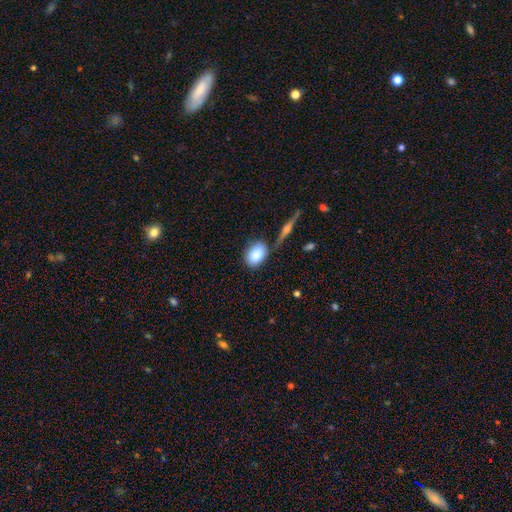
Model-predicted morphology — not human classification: smooth_or_featured: smooth (p=0.82) [alt: featured or disk p=0.11]
how_rounded: in between (p=0.74) [alt: round p=0.23]
merging: none (p=0.73) [alt: minor disturbance p=0.15]